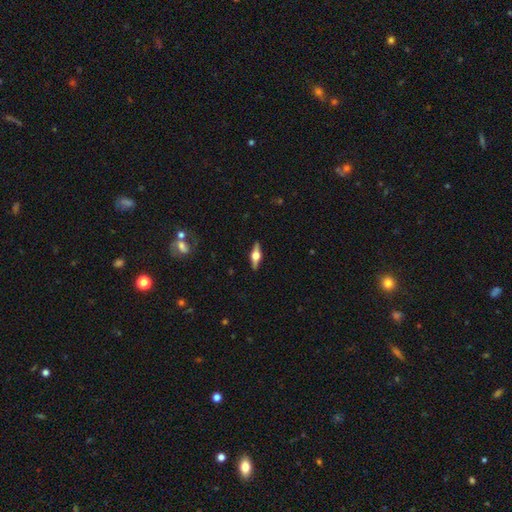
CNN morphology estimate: featured or disk 74%, smooth 19%, star or artifact 6%. Down the decision tree: edge-on disk — yes (97%); edge-on bulge — rounded (94%); merging — none (90%).